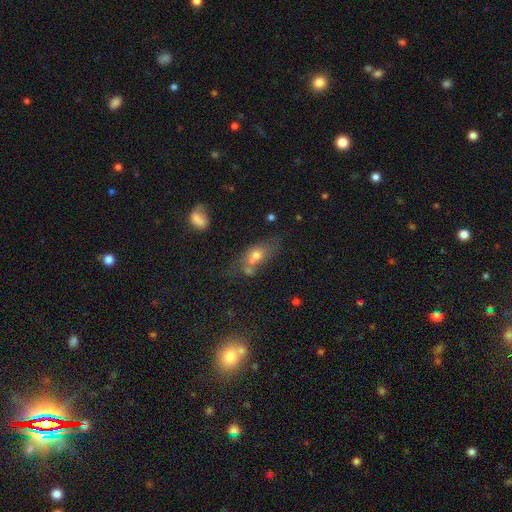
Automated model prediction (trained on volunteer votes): A smooth galaxy with no disk features (63%) that is in between round and cigar-shaped (72%). Merging: none (38%).